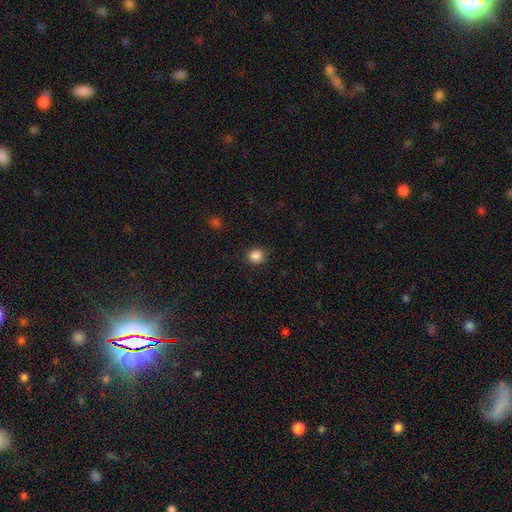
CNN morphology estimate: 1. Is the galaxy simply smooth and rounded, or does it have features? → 87% smooth, 10% star or artifact, 3% featured or disk.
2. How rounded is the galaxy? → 88% round, 11% in between, 1% cigar-shaped.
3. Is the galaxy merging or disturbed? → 91% none, 6% minor disturbance, 2% major disturbance, 1% merger.